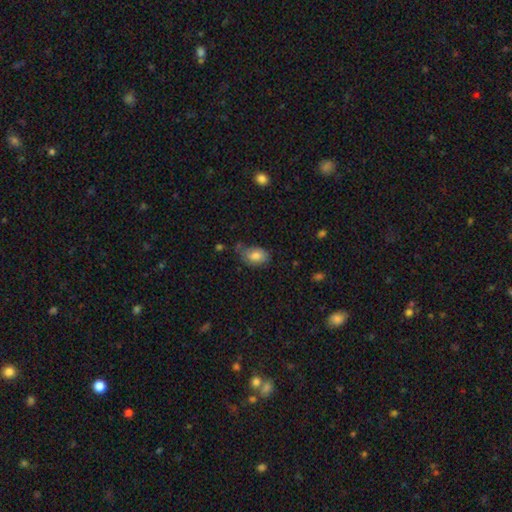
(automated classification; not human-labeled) A smooth galaxy with no disk features (79%) that is in between round and cigar-shaped (86%). Merging: none (58%).